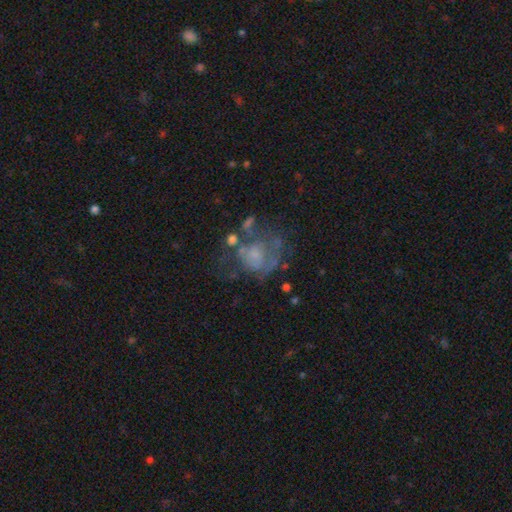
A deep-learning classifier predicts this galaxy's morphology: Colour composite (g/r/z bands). It shows a featured or disk galaxy (53%) with no bar (85%), no spiral arms (67%) and a small central bulge (38%). Merging: major disturbance (37%).